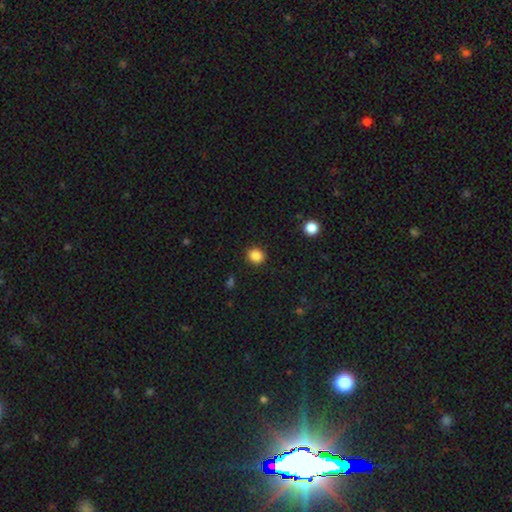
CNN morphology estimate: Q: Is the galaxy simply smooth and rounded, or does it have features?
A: smooth — 86%.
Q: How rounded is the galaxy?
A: round — 80%.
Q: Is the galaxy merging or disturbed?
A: none — 90%.